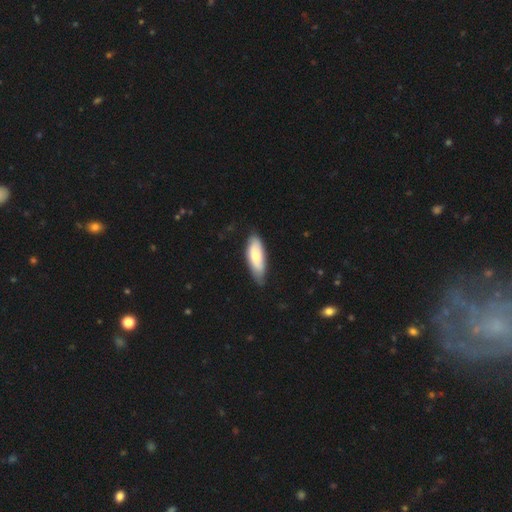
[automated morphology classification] This appears to be a smooth galaxy with no disk features (72%) that is in between round and cigar-shaped (67%). Merging: none (64%).